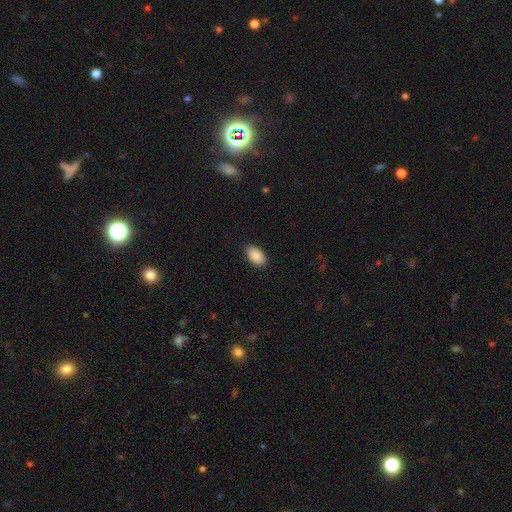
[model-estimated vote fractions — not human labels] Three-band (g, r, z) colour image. It shows a smooth galaxy with no disk features (90%) that is in between round and cigar-shaped (94%). Merging: none (88%).